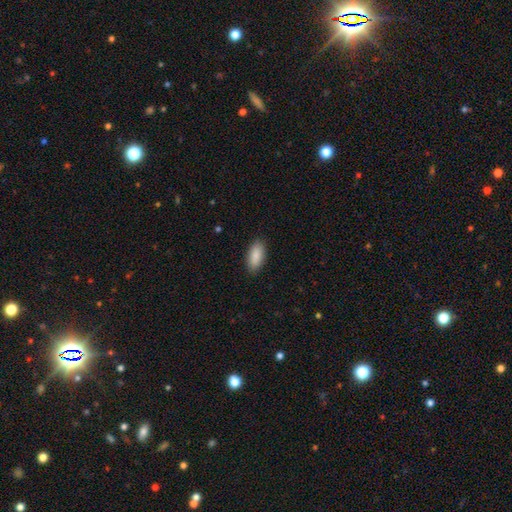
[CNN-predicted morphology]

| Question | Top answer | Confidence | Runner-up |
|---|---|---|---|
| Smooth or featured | smooth | 89% | star or artifact (6%) |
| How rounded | in between | 87% | cigar-shaped (11%) |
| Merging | none | 89% | minor disturbance (9%) |